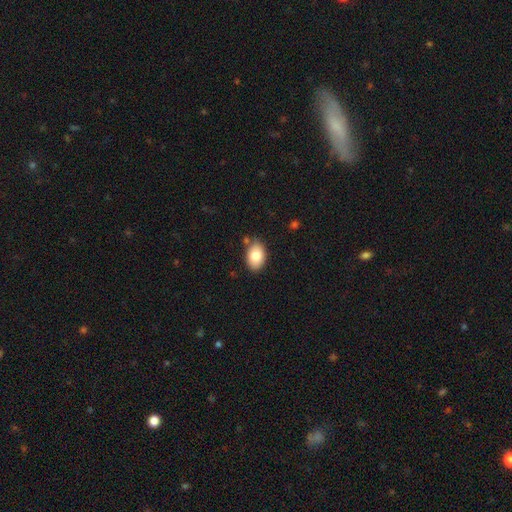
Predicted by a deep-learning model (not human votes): smooth 82%, featured or disk 10%, star or artifact 7%. Down the decision tree: how rounded — in between (87%); merging — none (80%).